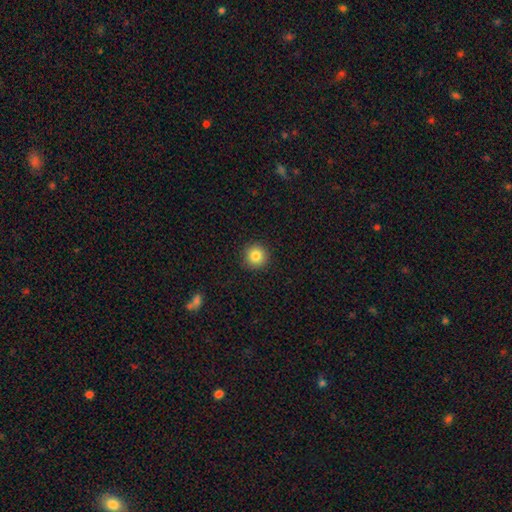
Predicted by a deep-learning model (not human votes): Overall: smooth (83%). How rounded: round (95%). Merging: none (92%).